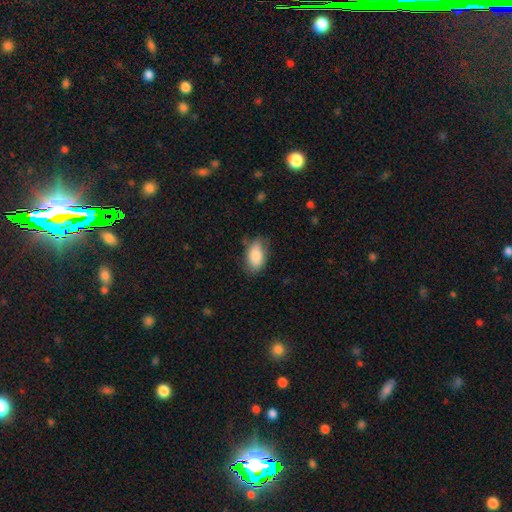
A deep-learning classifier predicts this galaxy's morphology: Overall: smooth (83%). How rounded: in between (93%). Merging: none (71%).